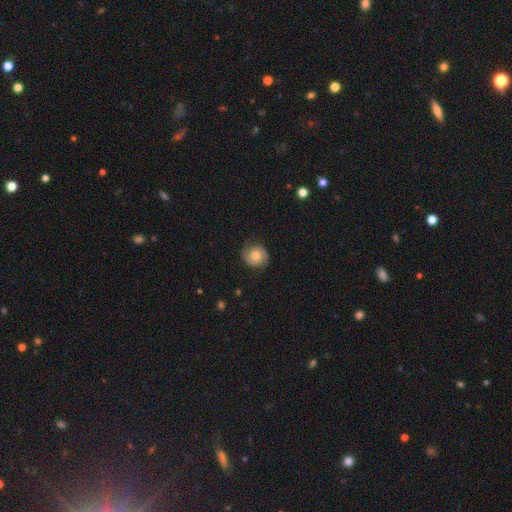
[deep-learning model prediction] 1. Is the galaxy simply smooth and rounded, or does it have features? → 66% featured or disk, 26% smooth, 8% star or artifact.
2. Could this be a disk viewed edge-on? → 98% no, 2% yes.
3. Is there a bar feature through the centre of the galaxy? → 71% no, 24% weak, 5% strong.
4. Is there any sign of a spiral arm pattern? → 92% yes, 8% no.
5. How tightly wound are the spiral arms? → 46% tight, 41% medium, 13% loose.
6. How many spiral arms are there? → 89% 2, 5% can't tell, 2% 1, 1% 3, 1% 4, 1% more than 4.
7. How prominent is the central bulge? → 67% moderate, 18% small, 11% large, 3% none, 2% dominant.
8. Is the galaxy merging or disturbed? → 81% none, 14% minor disturbance, 4% major disturbance, 1% merger.